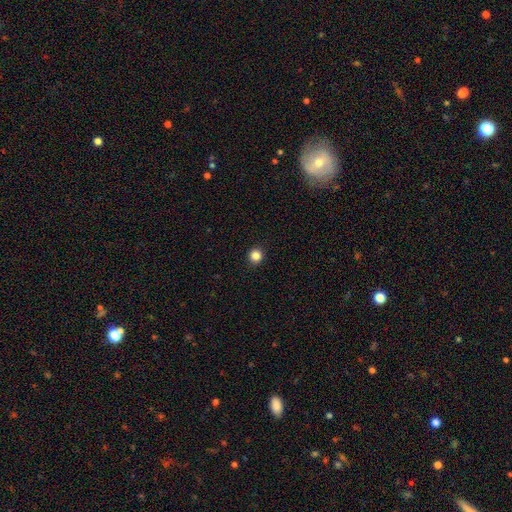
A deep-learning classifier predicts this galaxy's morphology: smooth_or_featured: smooth (p=0.84) [alt: star or artifact p=0.12]
how_rounded: round (p=0.93) [alt: in between p=0.06]
merging: none (p=0.93) [alt: minor disturbance p=0.04]